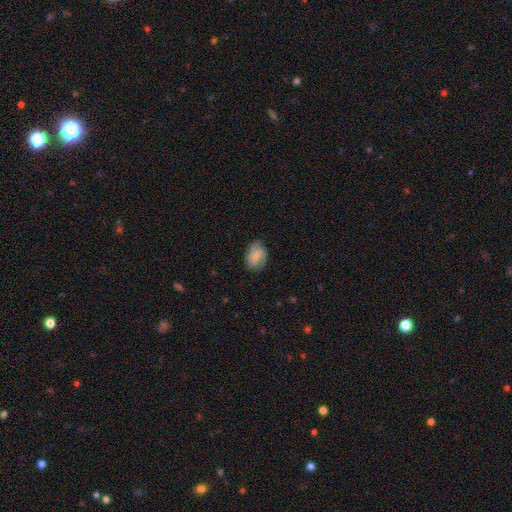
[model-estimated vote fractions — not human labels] Q: Smooth or featured?
A: smooth (64%); runner-up: featured or disk (28%)
Q: How rounded?
A: in between (71%); runner-up: round (28%)
Q: Merging?
A: none (63%); runner-up: minor disturbance (28%)